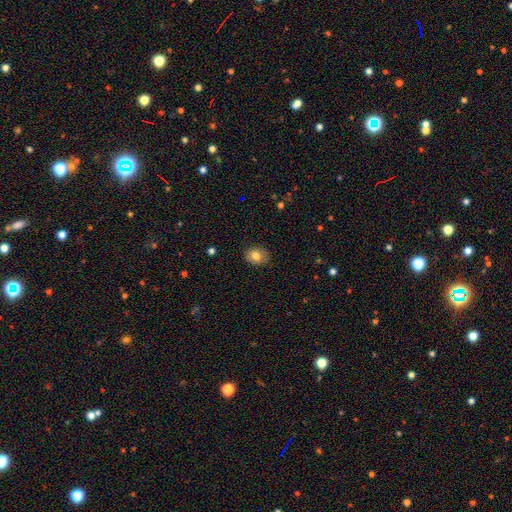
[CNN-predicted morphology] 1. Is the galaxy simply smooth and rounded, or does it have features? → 77% smooth, 14% featured or disk, 9% star or artifact.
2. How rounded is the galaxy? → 51% in between, 48% round, 1% cigar-shaped.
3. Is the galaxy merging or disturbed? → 83% none, 13% minor disturbance, 3% major disturbance, 1% merger.